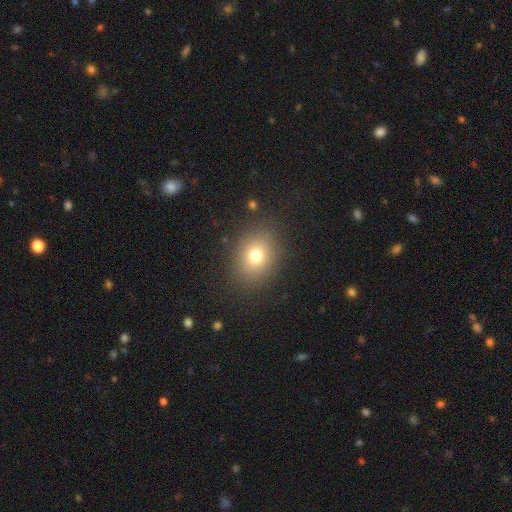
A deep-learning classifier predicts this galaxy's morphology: type=smooth (75%); roundness=round (53%); merging=none (85%).